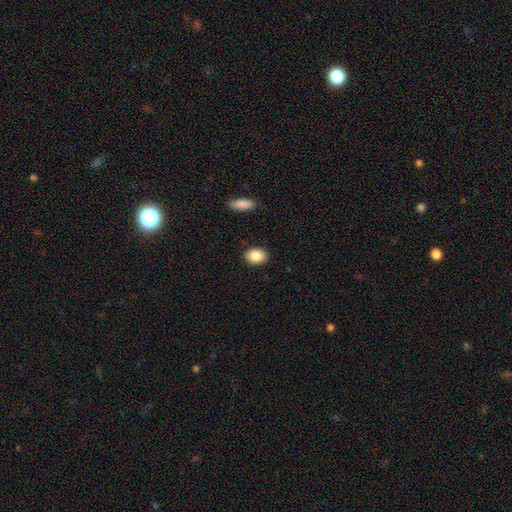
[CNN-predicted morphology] Smooth or featured: smooth — 87% (star or artifact — 8%)
How rounded: in between — 68% (round — 31%)
Merging: none — 89% (minor disturbance — 8%)